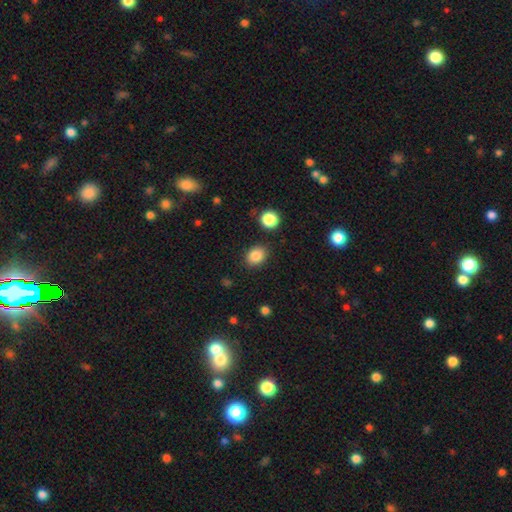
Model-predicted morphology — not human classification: This is clearly a smooth galaxy (86%). How rounded: possibly in between (52%). Merging: clearly none (85%).